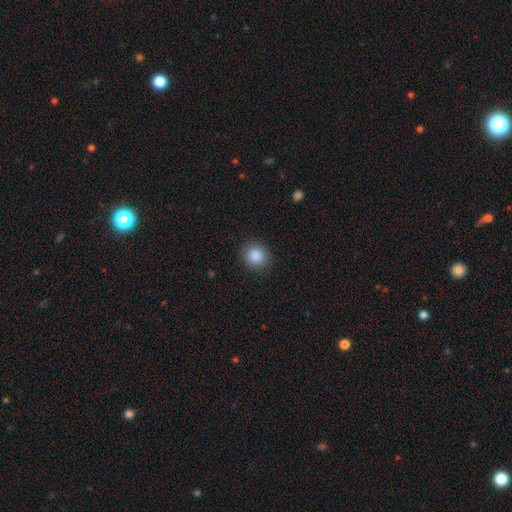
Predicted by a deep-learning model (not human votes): This is clearly a smooth galaxy (88%). How rounded: clearly round (87%). Merging: clearly none (89%).